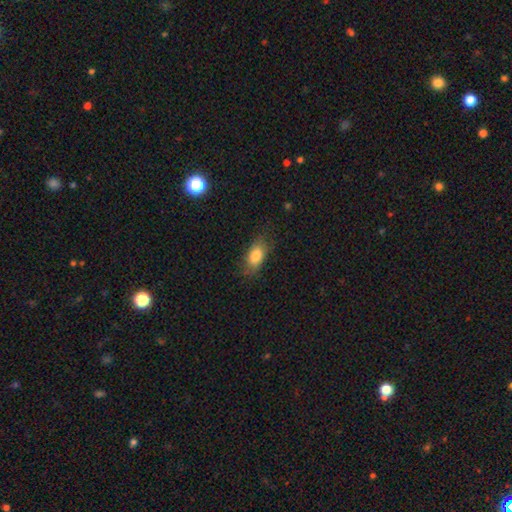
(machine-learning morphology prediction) type=smooth (79%); roundness=in between (85%); merging=none (72%).